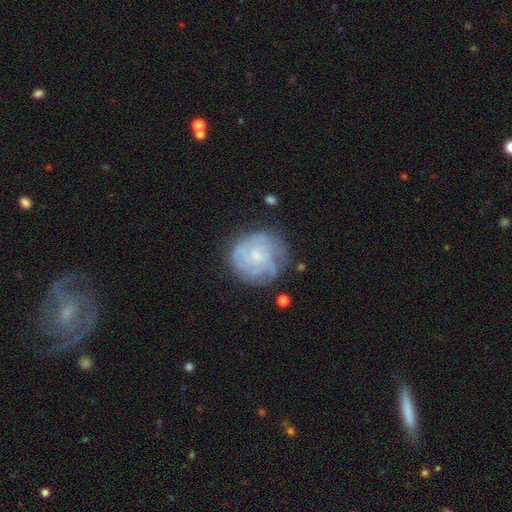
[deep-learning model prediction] This appears to be a featured or disk galaxy (66%) with no bar (77%), tight (62%) spiral arms (84%) and a small central bulge (57%). Merging: none (71%).